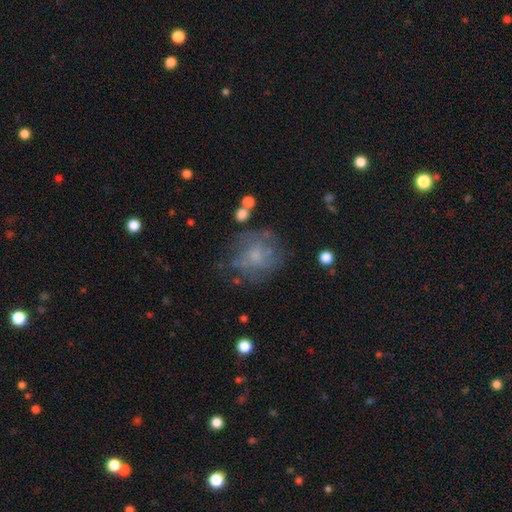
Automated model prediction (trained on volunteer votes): Smooth or featured: smooth — 44% (featured or disk — 42%)
Merging: none — 61% (minor disturbance — 20%)